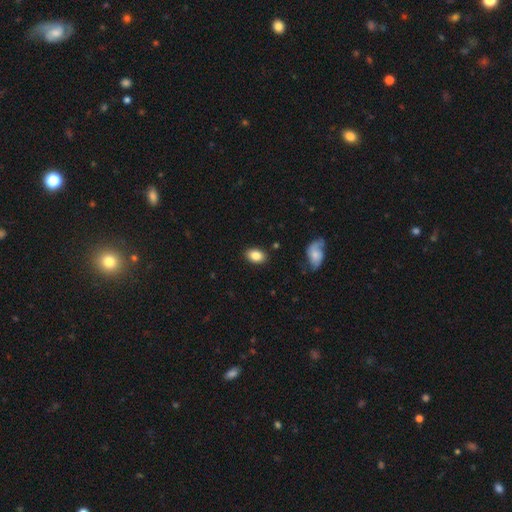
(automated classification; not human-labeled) Overall: smooth (85%). How rounded: in between (84%). Merging: none (86%).